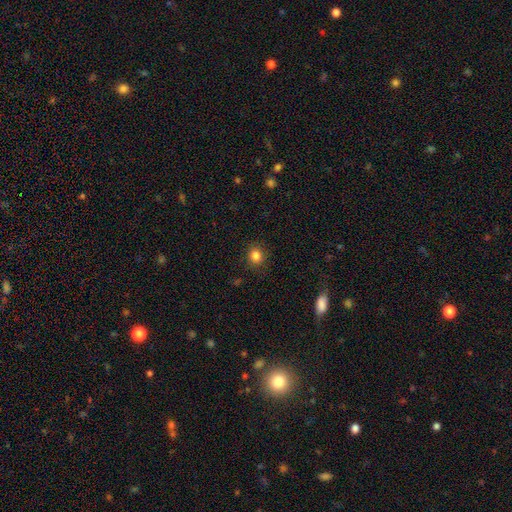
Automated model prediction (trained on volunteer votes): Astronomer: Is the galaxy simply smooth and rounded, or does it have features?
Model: smooth — 83%.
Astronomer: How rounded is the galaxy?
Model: round — 83%.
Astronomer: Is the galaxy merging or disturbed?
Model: none — 88%.